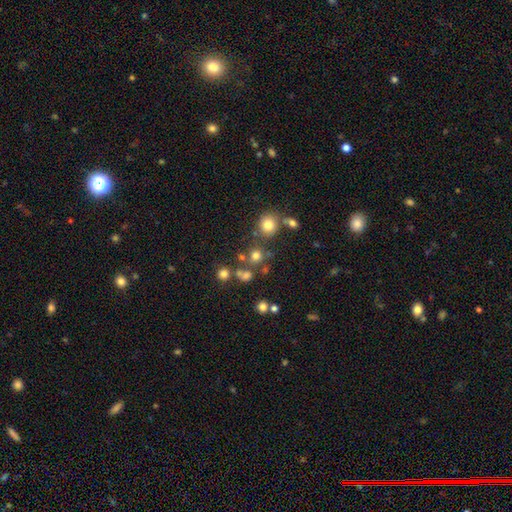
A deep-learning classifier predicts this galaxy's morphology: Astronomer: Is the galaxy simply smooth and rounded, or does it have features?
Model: smooth — 71%.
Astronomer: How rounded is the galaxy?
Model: round — 88%.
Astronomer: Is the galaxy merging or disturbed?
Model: none — 66%.